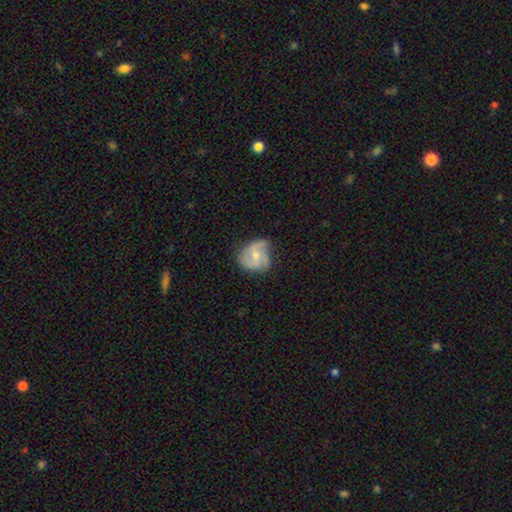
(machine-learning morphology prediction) smooth_or_featured: featured or disk (p=0.63) [alt: smooth p=0.31]
disk_edge_on: no (p=0.98) [alt: yes p=0.02]
bar: no (p=0.62) [alt: weak p=0.32]
has_spiral_arms: yes (p=0.85) [alt: no p=0.15]
spiral_winding: medium (p=0.48) [alt: tight p=0.30]
spiral_arm_count: 2 (p=0.40) [alt: 3 p=0.35]
bulge_size: moderate (p=0.54) [alt: small p=0.41]
merging: none (p=0.54) [alt: minor disturbance p=0.31]